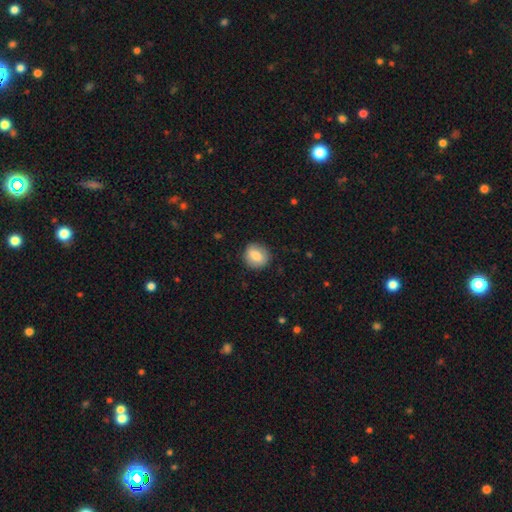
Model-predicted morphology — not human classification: A smooth galaxy with no disk features (81%) that is round (78%). Merging: none (87%).